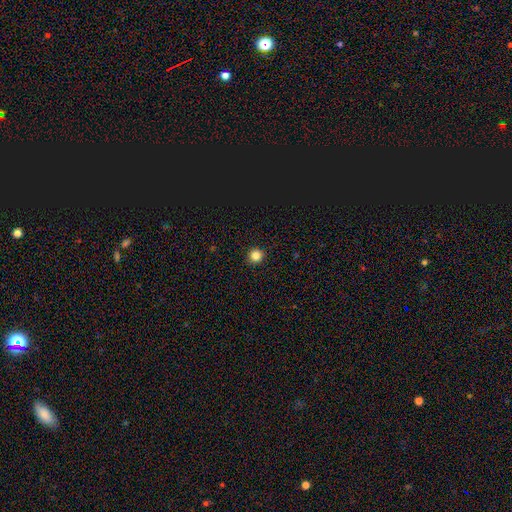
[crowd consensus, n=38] Smooth or featured? 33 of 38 (87%) said smooth. How rounded? 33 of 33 (100%) said round. Merging? 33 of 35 (94%) said none.